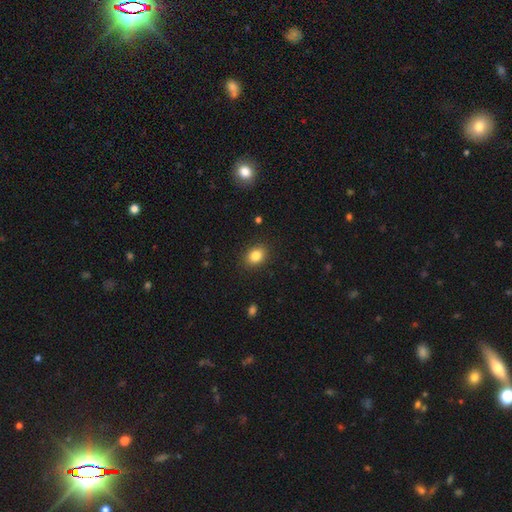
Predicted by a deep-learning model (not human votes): The model was most divided on "how rounded": in between: 58%, round: 41%, cigar-shaped: 1%. More confident: merging — none (88%); smooth or featured — smooth (84%).